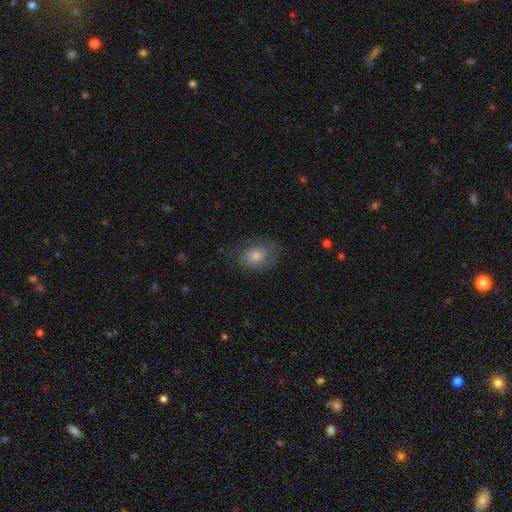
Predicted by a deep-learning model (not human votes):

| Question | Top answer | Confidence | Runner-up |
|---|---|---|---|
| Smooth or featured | smooth | 56% | featured or disk (35%) |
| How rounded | in between | 74% | round (25%) |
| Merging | none | 66% | minor disturbance (23%) |